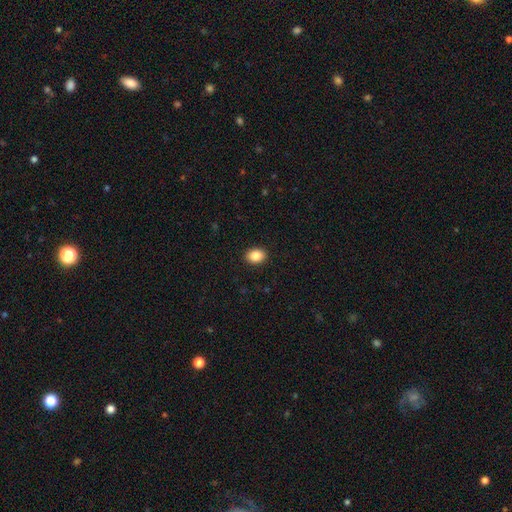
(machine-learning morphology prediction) A smooth galaxy with no disk features (88%) that is in between round and cigar-shaped (65%). Merging: none (91%).